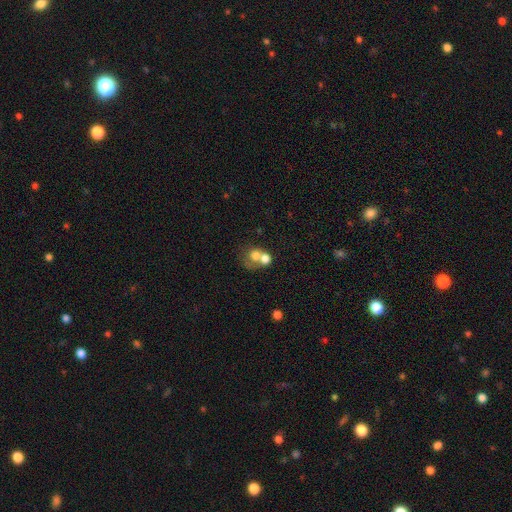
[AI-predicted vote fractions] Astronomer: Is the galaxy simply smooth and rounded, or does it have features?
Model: smooth — 67%.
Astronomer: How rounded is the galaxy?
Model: round — 70%.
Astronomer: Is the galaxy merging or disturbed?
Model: merger — 63%.